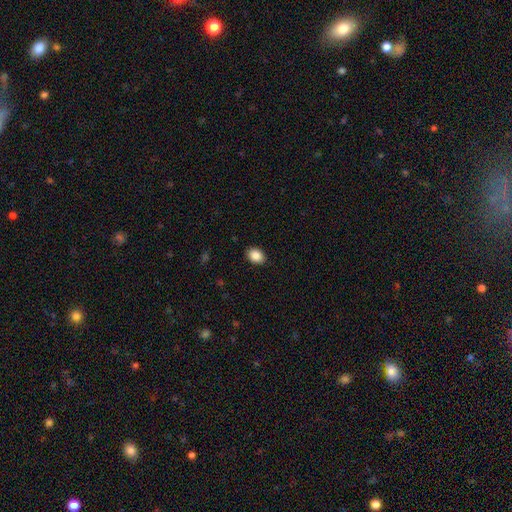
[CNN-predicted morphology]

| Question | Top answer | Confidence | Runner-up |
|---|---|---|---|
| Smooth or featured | smooth | 88% | star or artifact (8%) |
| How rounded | in between | 72% | round (27%) |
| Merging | none | 90% | minor disturbance (7%) |